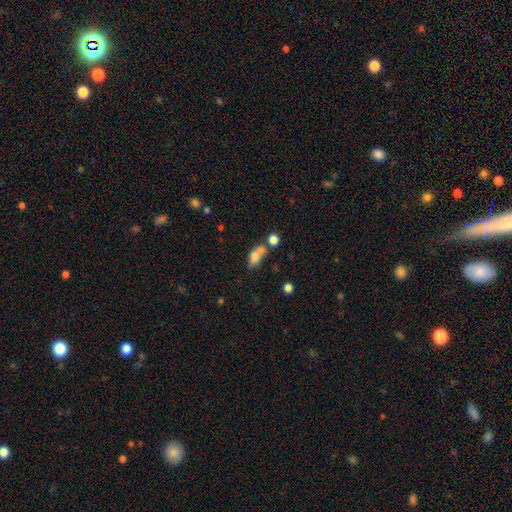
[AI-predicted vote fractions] Smooth or featured?
  - smooth: 72% *
  - featured or disk: 17%
  - star or artifact: 11%
How rounded?
  - in between: 75% *
  - round: 18%
  - cigar-shaped: 7%
Merging?
  - merger: 49% *
  - none: 30%
  - minor disturbance: 12%
  - major disturbance: 8%